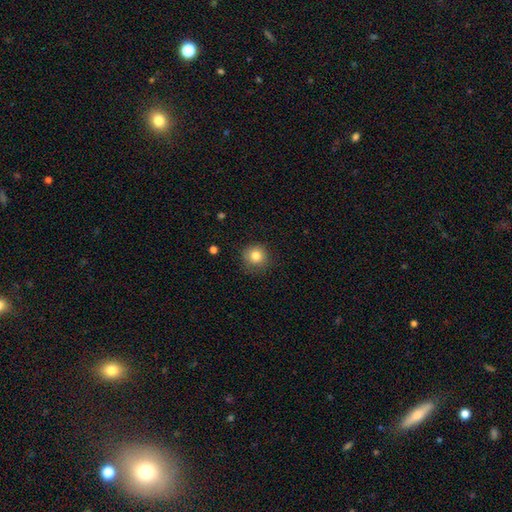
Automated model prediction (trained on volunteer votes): smooth 82%, star or artifact 11%, featured or disk 7%. Down the decision tree: how rounded — round (93%); merging — none (82%).